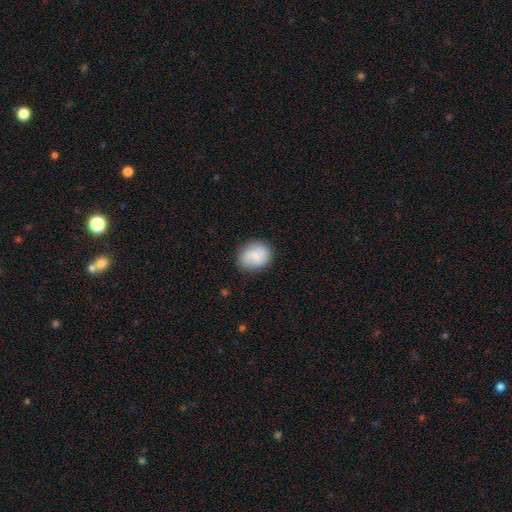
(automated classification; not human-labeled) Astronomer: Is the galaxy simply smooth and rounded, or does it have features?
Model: smooth — 74%.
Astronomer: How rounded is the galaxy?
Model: round — 57% (runner-up: in between, 42%).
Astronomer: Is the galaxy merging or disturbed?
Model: none — 80%.